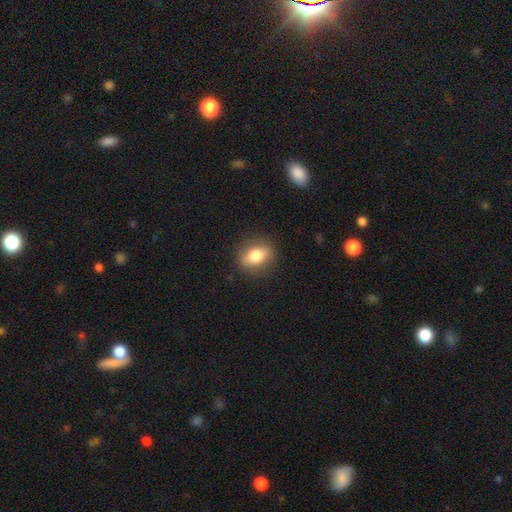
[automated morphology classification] Smooth or featured: smooth — 72% (featured or disk — 20%)
How rounded: in between — 63% (round — 33%)
Merging: none — 85% (minor disturbance — 10%)